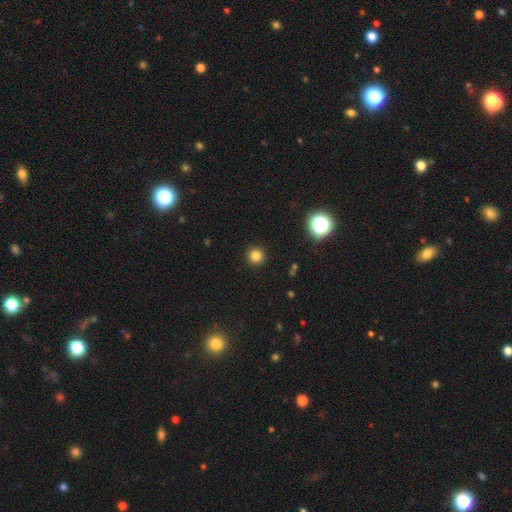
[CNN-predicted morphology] smooth-or-featured: smooth: 81% | star or artifact: 14% | featured or disk: 4%
  how-rounded: round: 95% | in between: 4% | cigar-shaped: 1%
  merging: none: 92% | minor disturbance: 5% | major disturbance: 2% | merger: 1%